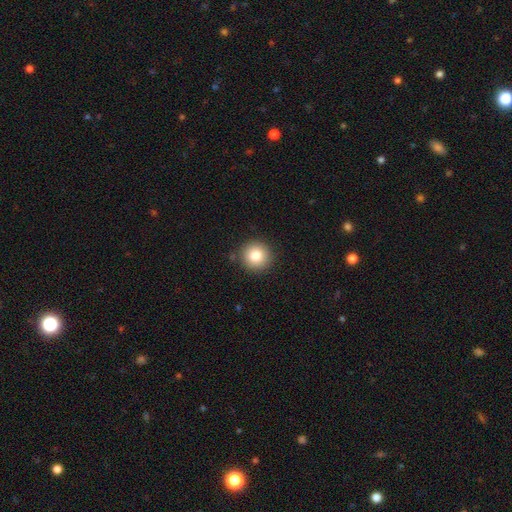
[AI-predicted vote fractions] smooth_or_featured: smooth (p=0.82) [alt: star or artifact p=0.10]
how_rounded: round (p=0.94) [alt: in between p=0.05]
merging: none (p=0.89) [alt: minor disturbance p=0.07]